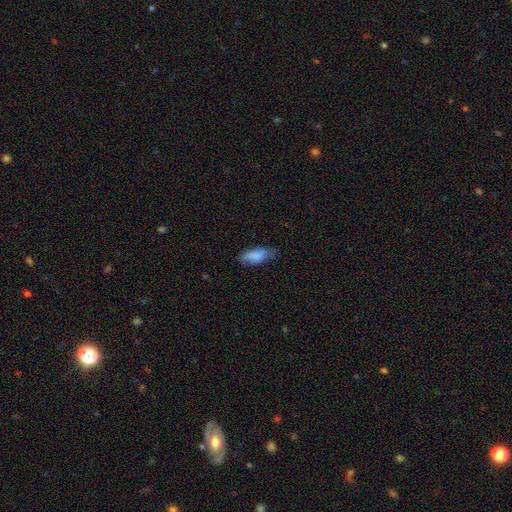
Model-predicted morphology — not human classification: Overall: smooth (85%). How rounded: in between (77%). Merging: none (67%).